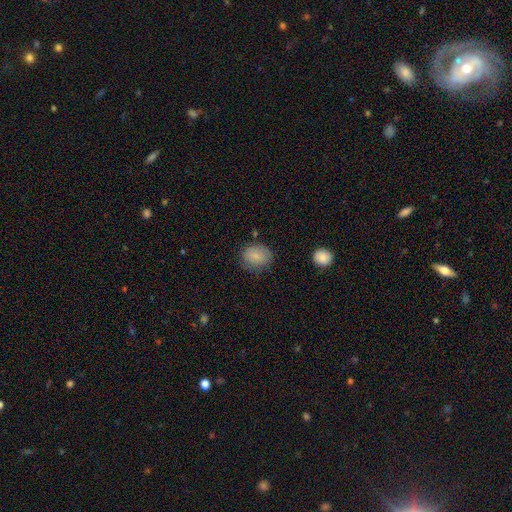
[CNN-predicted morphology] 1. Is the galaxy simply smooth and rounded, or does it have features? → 82% smooth, 10% featured or disk, 8% star or artifact.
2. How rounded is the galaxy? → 52% in between, 48% round, 1% cigar-shaped.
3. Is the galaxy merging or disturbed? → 74% none, 19% minor disturbance, 5% major disturbance, 2% merger.